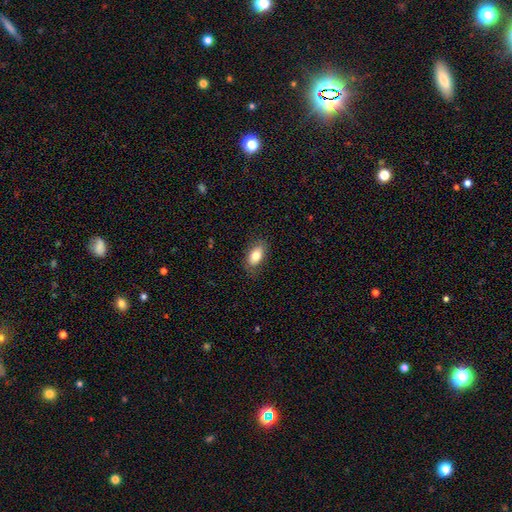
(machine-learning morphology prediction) Smooth or featured? Predicted: smooth (p=0.78). How rounded? Predicted: in between (p=0.90). Merging? Predicted: none (p=0.82).